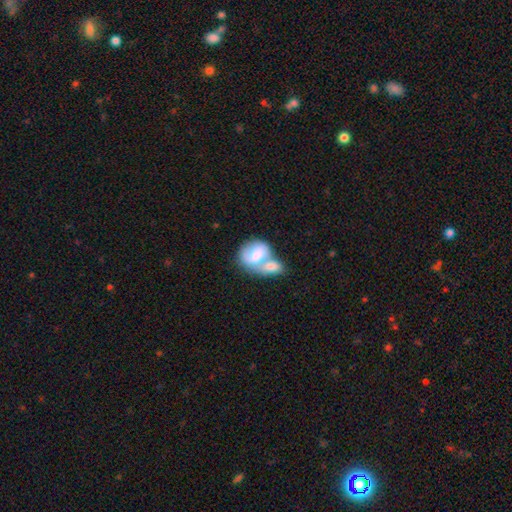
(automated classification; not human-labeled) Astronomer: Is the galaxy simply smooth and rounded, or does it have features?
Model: smooth — 63%.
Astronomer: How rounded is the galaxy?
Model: in between — 59% (runner-up: round, 39%).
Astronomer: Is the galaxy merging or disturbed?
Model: merger — 75%.